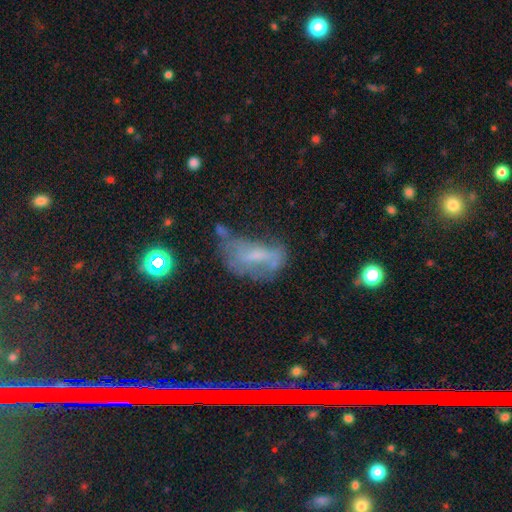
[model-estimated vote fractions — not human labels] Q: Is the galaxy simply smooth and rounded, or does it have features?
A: featured or disk — 43%.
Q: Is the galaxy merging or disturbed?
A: none — 31%.